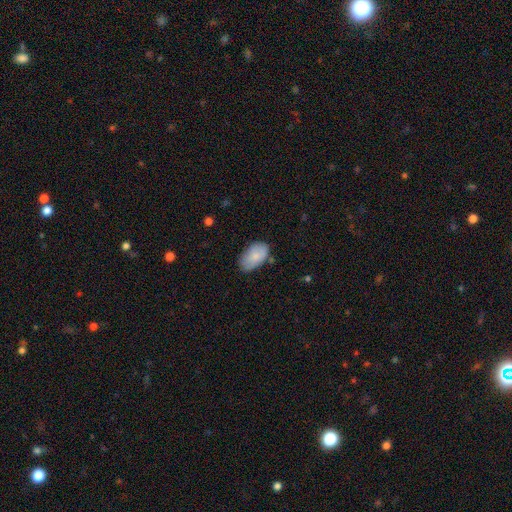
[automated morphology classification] A smooth galaxy with no disk features (82%) that is in between round and cigar-shaped (94%). Merging: none (68%).